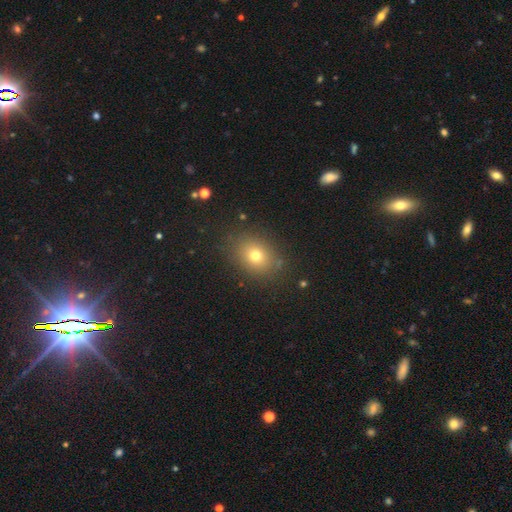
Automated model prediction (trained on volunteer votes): This appears to be a smooth galaxy with no disk features (72%) that is in between round and cigar-shaped (50%). Merging: none (84%).